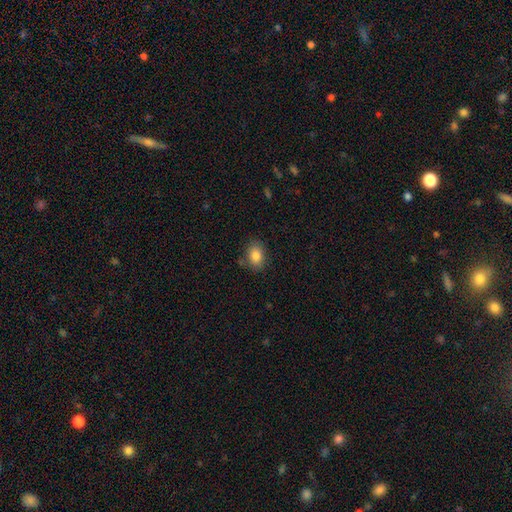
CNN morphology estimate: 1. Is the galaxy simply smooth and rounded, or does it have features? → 84% smooth, 8% star or artifact, 8% featured or disk.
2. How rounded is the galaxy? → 76% in between, 22% round, 1% cigar-shaped.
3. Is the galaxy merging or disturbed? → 79% none, 14% minor disturbance, 3% major disturbance, 3% merger.